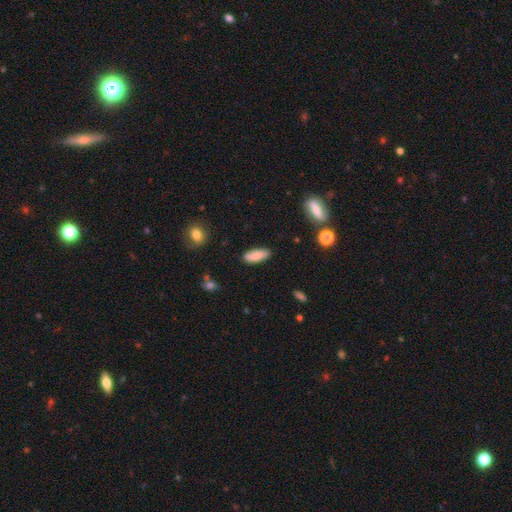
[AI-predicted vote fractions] smooth_or_featured: smooth (p=0.81) [alt: featured or disk p=0.12]
how_rounded: in between (p=0.72) [alt: cigar-shaped p=0.25]
merging: none (p=0.84) [alt: minor disturbance p=0.12]